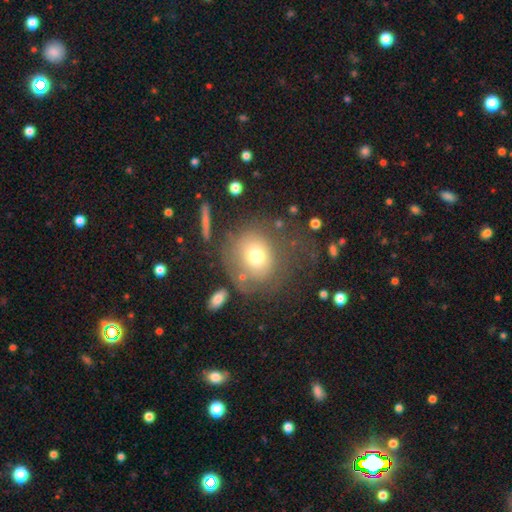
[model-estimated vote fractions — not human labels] A smooth galaxy with no disk features (67%) that is round (78%). Merging: none (55%).